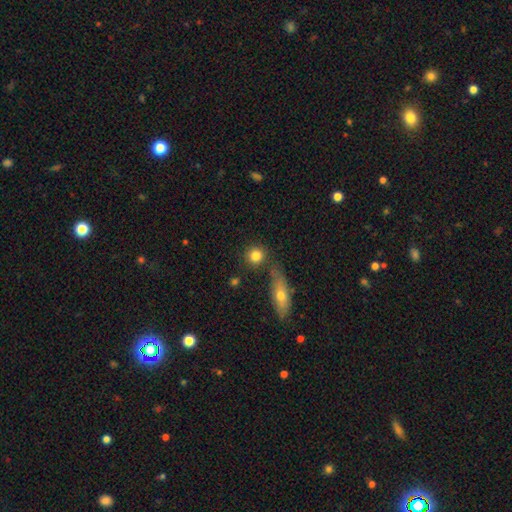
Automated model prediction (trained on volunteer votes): Q: Smooth or featured?
A: smooth (82%); runner-up: featured or disk (9%)
Q: How rounded?
A: round (86%); runner-up: in between (11%)
Q: Merging?
A: none (75%); runner-up: merger (12%)